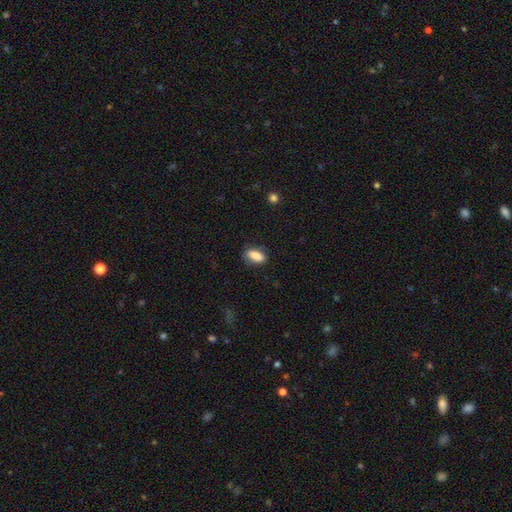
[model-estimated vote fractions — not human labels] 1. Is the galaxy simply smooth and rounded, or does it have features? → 86% smooth, 8% star or artifact, 7% featured or disk.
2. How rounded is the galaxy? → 84% in between, 11% cigar-shaped, 5% round.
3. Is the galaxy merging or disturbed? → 76% none, 18% minor disturbance, 5% major disturbance, 2% merger.